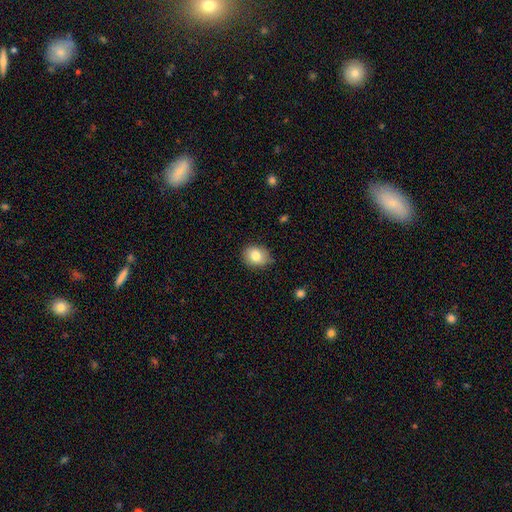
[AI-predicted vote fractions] Morphology: type=smooth (81%); roundness=round (55%); merging=none (76%).